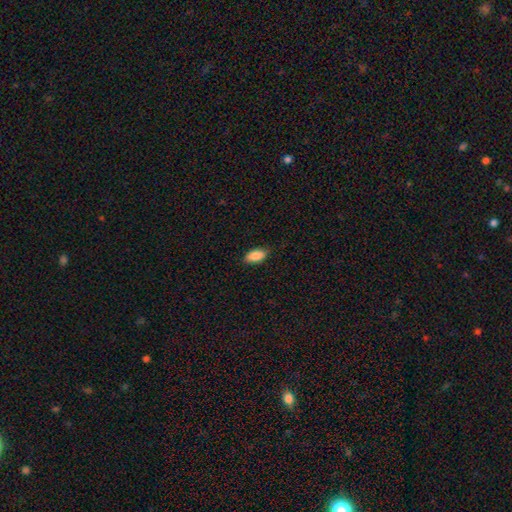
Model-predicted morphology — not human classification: Smooth or featured: smooth — 87% (star or artifact — 7%)
How rounded: in between — 90% (cigar-shaped — 7%)
Merging: none — 84% (minor disturbance — 13%)